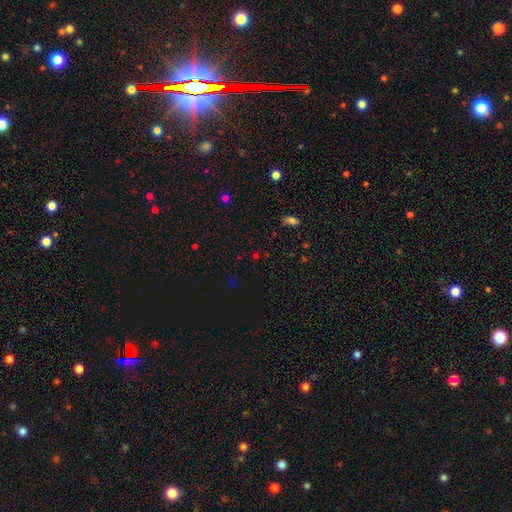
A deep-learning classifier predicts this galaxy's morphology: Q: Smooth or featured?
A: star or artifact (55%); runner-up: smooth (38%)